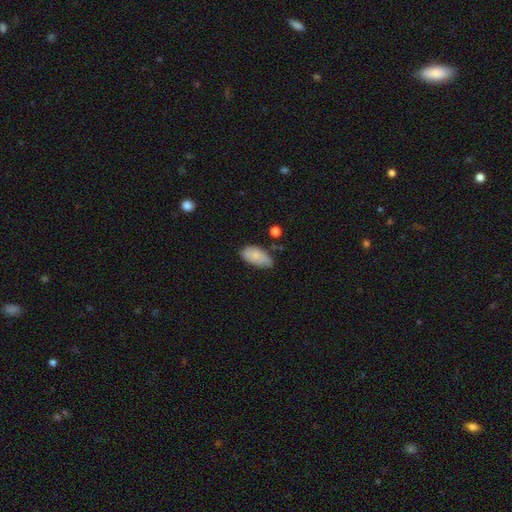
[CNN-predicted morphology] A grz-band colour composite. It shows a smooth galaxy with no disk features (81%) that is in between round and cigar-shaped (93%). Merging: none (57%).